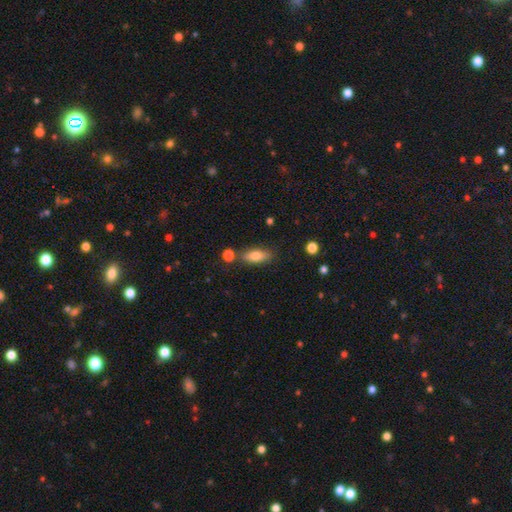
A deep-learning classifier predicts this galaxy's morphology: Smooth or featured: smooth — 75% (featured or disk — 18%)
How rounded: in between — 71% (cigar-shaped — 25%)
Merging: none — 75% (minor disturbance — 13%)